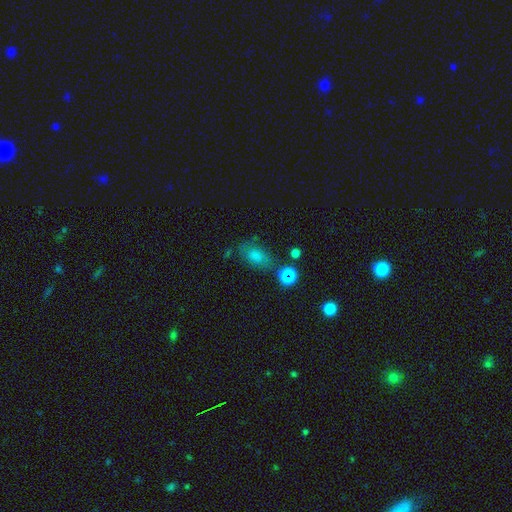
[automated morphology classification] smooth 60%, star or artifact 24%, featured or disk 16%. Down the decision tree: how rounded — in between (77%); merging — none (61%).